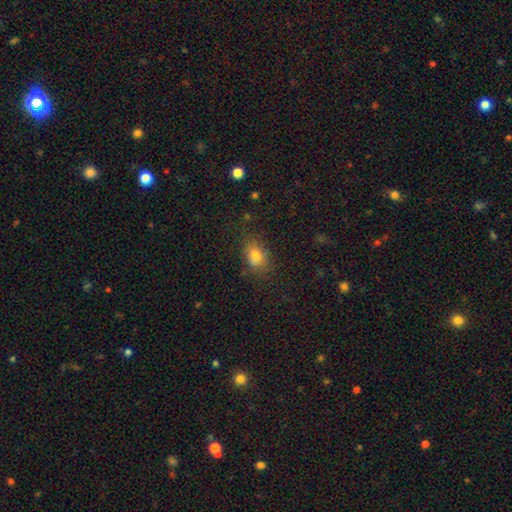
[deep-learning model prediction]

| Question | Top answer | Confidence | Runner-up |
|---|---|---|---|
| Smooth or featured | smooth | 75% | star or artifact (13%) |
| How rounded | in between | 70% | round (29%) |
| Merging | none | 70% | minor disturbance (19%) |